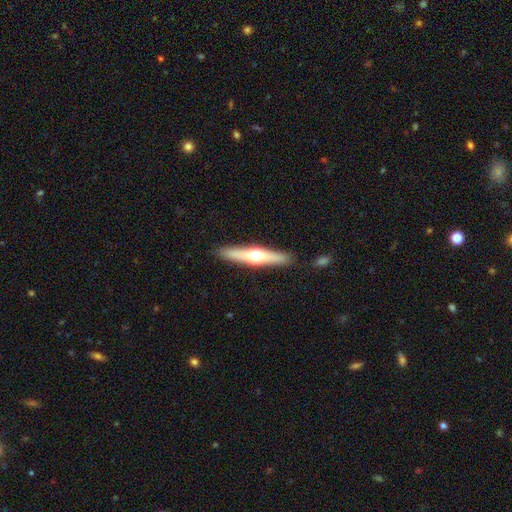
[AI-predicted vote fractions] Smooth or featured? Predicted: featured or disk (p=0.56). Edge-on disk? Predicted: yes (p=0.93). Edge-on bulge? Predicted: rounded (p=0.92). Merging? Predicted: none (p=0.90).